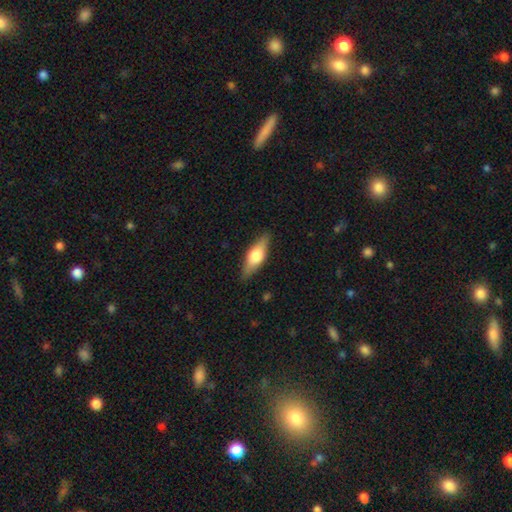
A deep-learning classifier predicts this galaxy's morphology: This appears to be a smooth galaxy with no disk features (50%). Merging: none (86%).